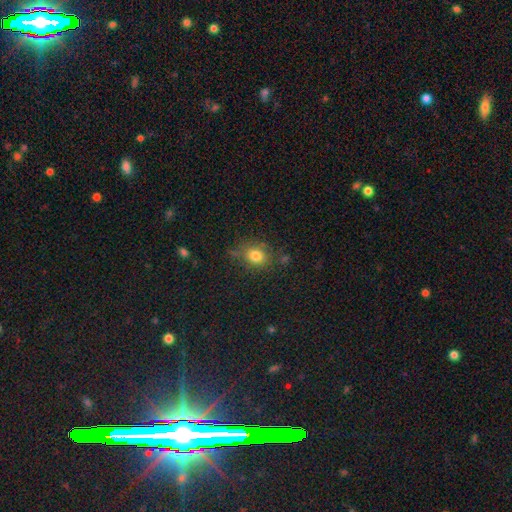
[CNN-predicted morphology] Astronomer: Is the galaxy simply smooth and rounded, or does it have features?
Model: smooth — 80%.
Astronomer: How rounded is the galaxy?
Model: round — 54% (runner-up: in between, 45%).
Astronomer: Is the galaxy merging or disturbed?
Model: none — 73%.